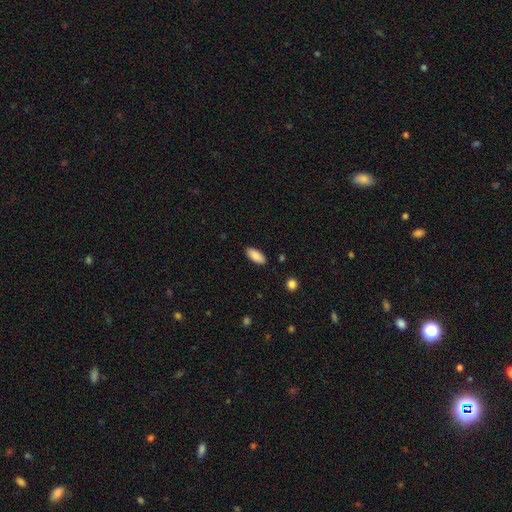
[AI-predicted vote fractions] A smooth galaxy with no disk features (88%) that is in between round and cigar-shaped (89%).

Vote fractions:
- Smooth or featured? smooth: 88% / star or artifact: 7% / featured or disk: 6%
- How rounded? in between: 89% / cigar-shaped: 10% / round: 2%
- Merging? none: 87% / minor disturbance: 9% / major disturbance: 2% / merger: 1%